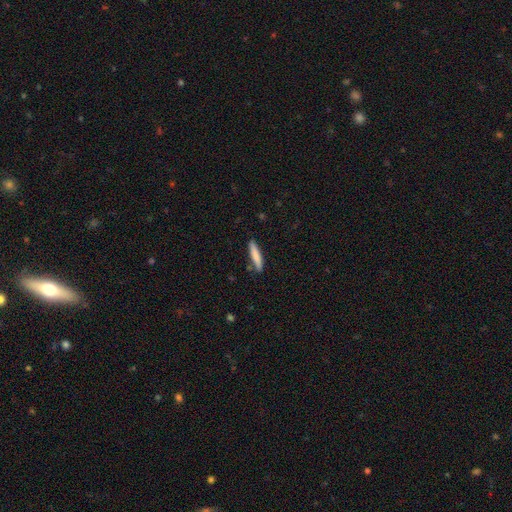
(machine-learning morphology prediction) Smooth or featured: smooth — 80% (featured or disk — 14%)
How rounded: cigar-shaped — 89% (in between — 10%)
Merging: none — 83% (minor disturbance — 12%)